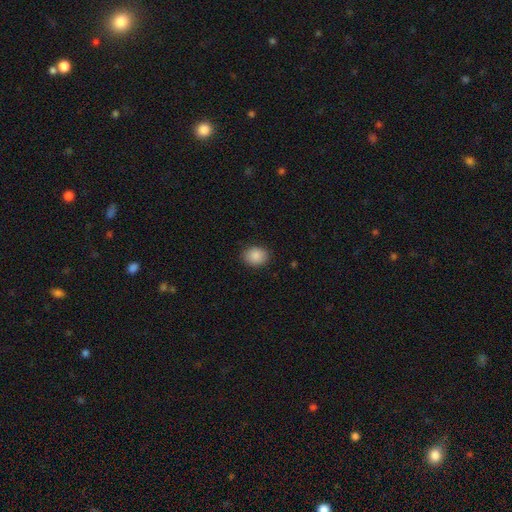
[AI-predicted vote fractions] A smooth galaxy with no disk features (88%) that is in between round and cigar-shaped (51%).

Vote fractions:
- Smooth or featured? smooth: 88% / star or artifact: 8% / featured or disk: 4%
- How rounded? in between: 51% / round: 48% / cigar-shaped: 1%
- Merging? none: 88% / minor disturbance: 9% / major disturbance: 2% / merger: 1%